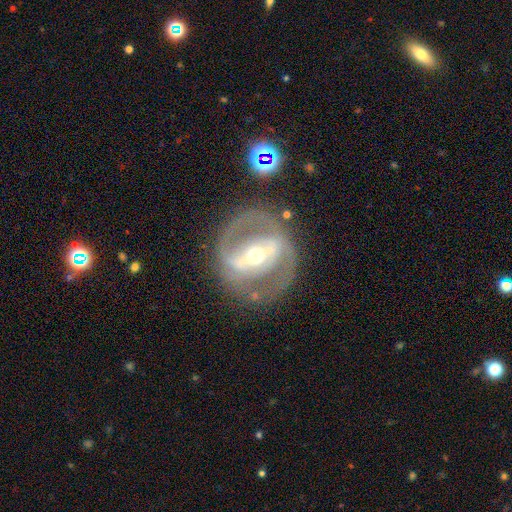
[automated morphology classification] Smooth or featured?
  - featured or disk: 85% *
  - smooth: 9%
  - star or artifact: 6%
Edge-on disk?
  - no: 95% *
  - yes: 5%
Bar?
  - strong: 66% *
  - weak: 23%
  - no: 11%
Spiral arms?
  - yes: 81% *
  - no: 19%
Spiral winding?
  - medium: 45% *
  - tight: 39%
  - loose: 16%
Spiral arm count?
  - 2: 82% *
  - can't tell: 9%
  - 1: 4%
  - 3: 3%
  - 4: 1%
  - more than 4: 1%
Bulge size?
  - moderate: 58% *
  - small: 35%
  - large: 5%
  - dominant: 1%
  - none: 1%
Merging?
  - none: 76% *
  - minor disturbance: 13%
  - major disturbance: 9%
  - merger: 3%